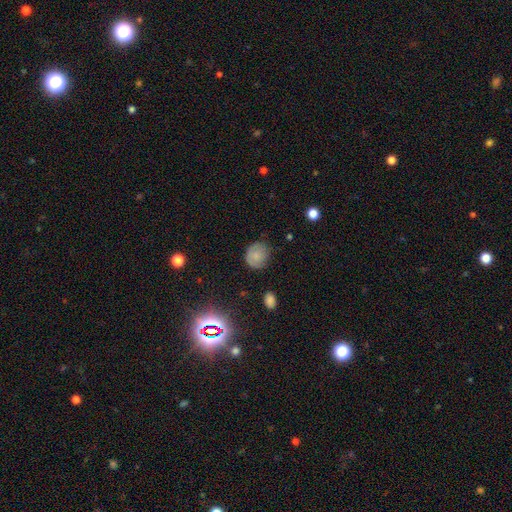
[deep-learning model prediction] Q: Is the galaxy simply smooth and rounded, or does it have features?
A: smooth — 71%.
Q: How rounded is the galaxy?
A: round — 79%.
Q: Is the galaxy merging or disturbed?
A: none — 71%.